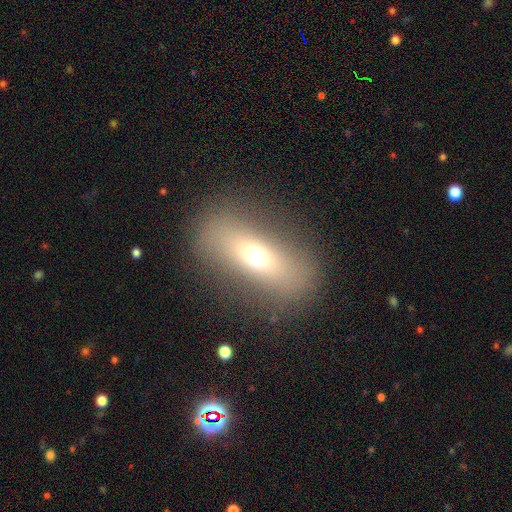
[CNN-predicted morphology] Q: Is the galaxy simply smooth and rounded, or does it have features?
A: smooth — 56%.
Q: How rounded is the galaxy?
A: in between — 64%.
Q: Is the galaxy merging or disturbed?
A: none — 80%.